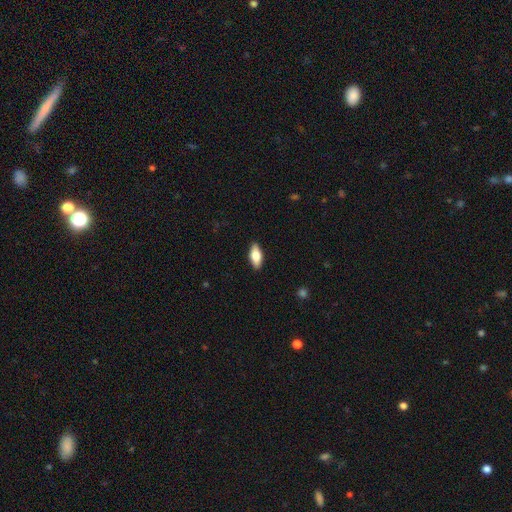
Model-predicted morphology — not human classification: smooth 70%, featured or disk 24%, star or artifact 6%. Down the decision tree: how rounded — in between (80%); merging — none (89%).